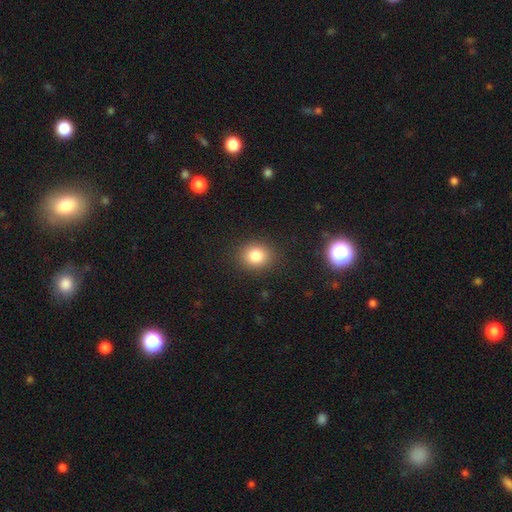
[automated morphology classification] A smooth galaxy with no disk features (82%) that is round (70%). Merging: none (88%).